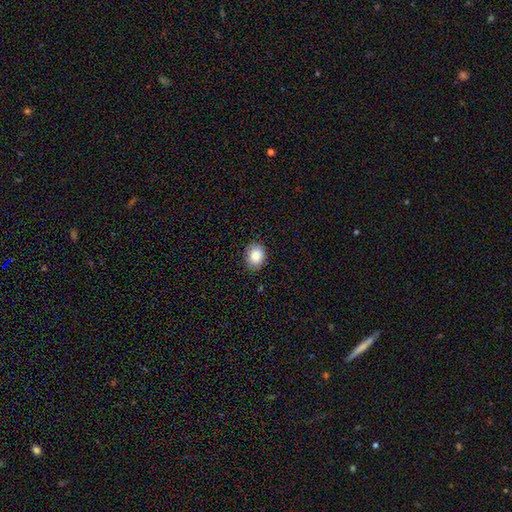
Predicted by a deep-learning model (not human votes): This is clearly a smooth galaxy (86%). How rounded: possibly round (50%). Merging: clearly none (86%).